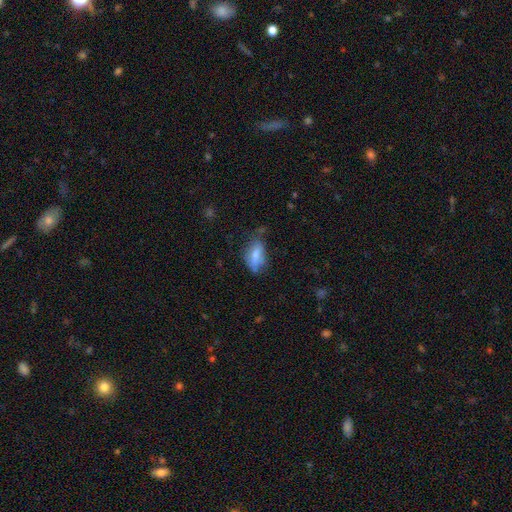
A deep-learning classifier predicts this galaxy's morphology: smooth_or_featured: smooth (p=0.65) [alt: featured or disk p=0.26]
how_rounded: in between (p=0.83) [alt: cigar-shaped p=0.13]
merging: none (p=0.50) [alt: minor disturbance p=0.33]